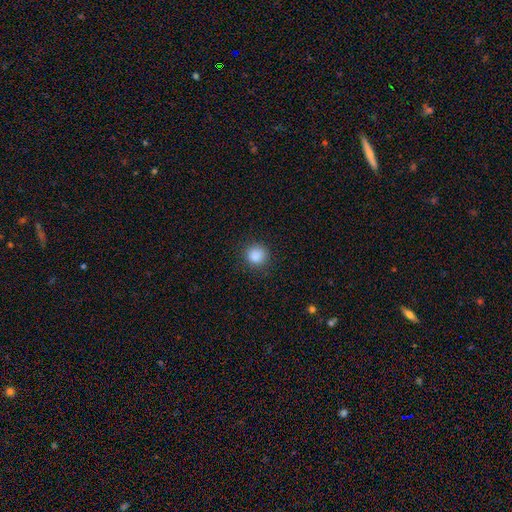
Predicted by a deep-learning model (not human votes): A smooth galaxy with no disk features (87%) that is round (92%).

Vote fractions:
- Smooth or featured? smooth: 87% / star or artifact: 10% / featured or disk: 3%
- How rounded? round: 92% / in between: 7% / cigar-shaped: 1%
- Merging? none: 89% / minor disturbance: 8% / major disturbance: 3% / merger: 1%